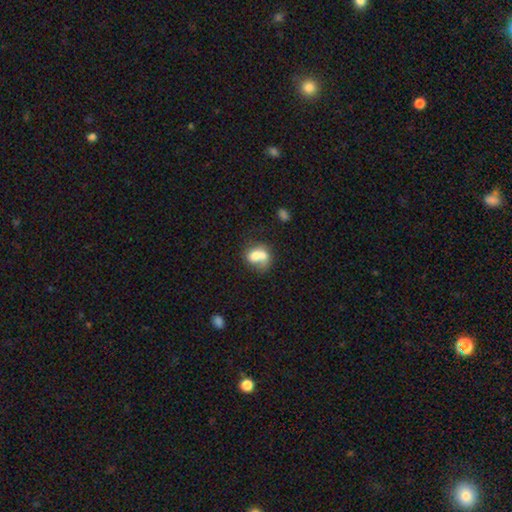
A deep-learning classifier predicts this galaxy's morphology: Smooth or featured? Predicted: smooth (p=0.66). How rounded? Predicted: in between (p=0.55). Merging? Predicted: merger (p=0.59).